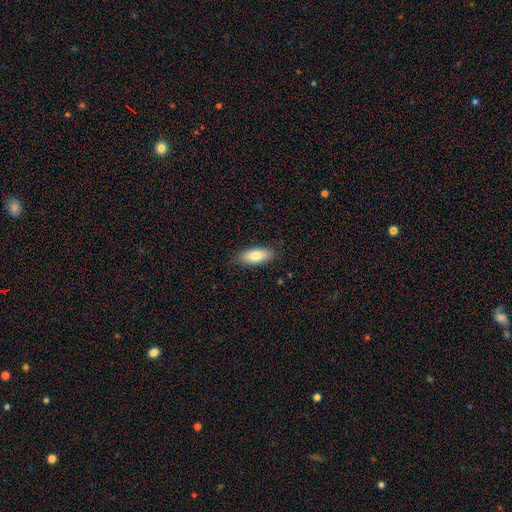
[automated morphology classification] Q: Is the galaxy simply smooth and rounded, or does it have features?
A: smooth — 80%.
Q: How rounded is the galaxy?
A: in between — 82%.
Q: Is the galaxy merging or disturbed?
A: none — 85%.